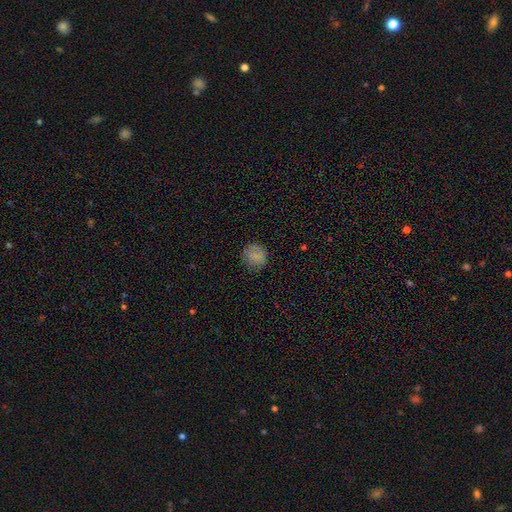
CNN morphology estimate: Q: Smooth or featured?
A: smooth (81%); runner-up: star or artifact (10%)
Q: How rounded?
A: round (84%); runner-up: in between (15%)
Q: Merging?
A: none (79%); runner-up: minor disturbance (15%)